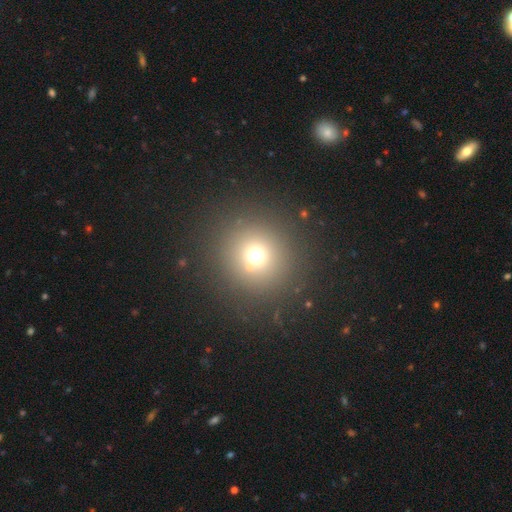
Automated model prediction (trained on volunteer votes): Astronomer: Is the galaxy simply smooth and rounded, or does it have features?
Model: smooth — 66%.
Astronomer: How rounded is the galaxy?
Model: round — 93%.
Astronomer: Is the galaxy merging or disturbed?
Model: none — 81%.